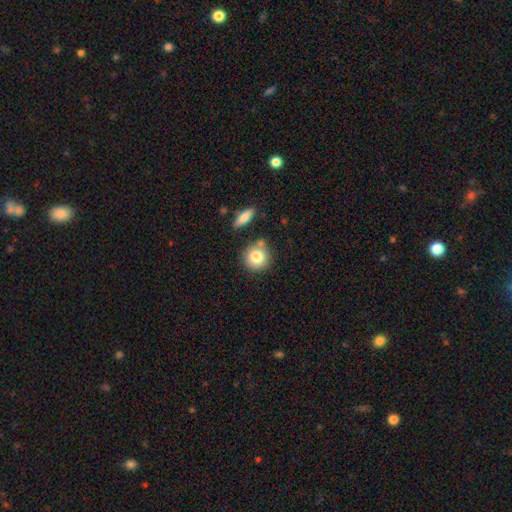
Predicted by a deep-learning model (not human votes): smooth-or-featured: smooth: 79% | featured or disk: 12% | star or artifact: 9%
  how-rounded: round: 88% | in between: 11% | cigar-shaped: 1%
  merging: none: 71% | merger: 14% | minor disturbance: 12% | major disturbance: 3%